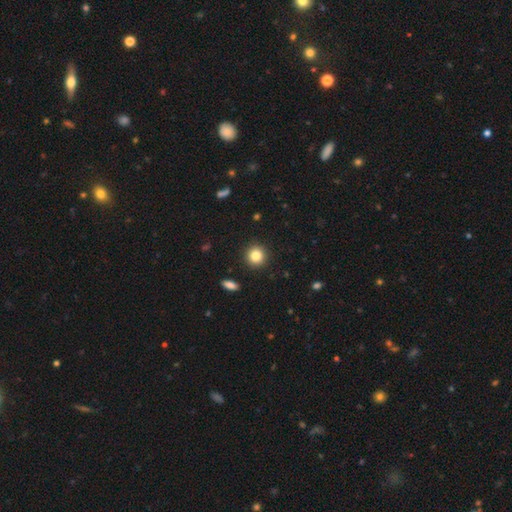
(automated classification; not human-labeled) The model was most divided on "smooth or featured": smooth: 83%, star or artifact: 11%, featured or disk: 6%. More confident: how rounded — round (92%); merging — none (91%).